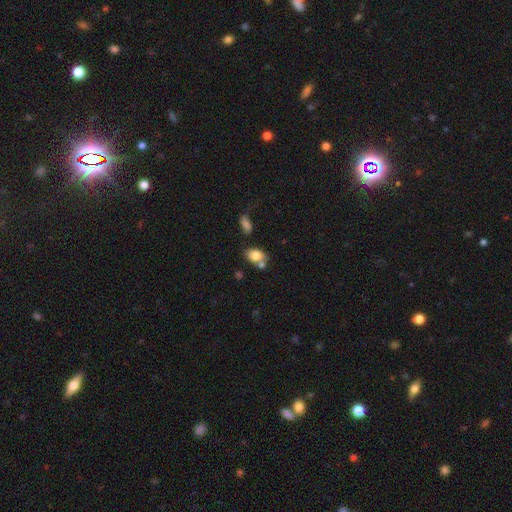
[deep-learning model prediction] smooth 80%, featured or disk 11%, star or artifact 9%. Down the decision tree: how rounded — in between (78%); merging — none (52%).